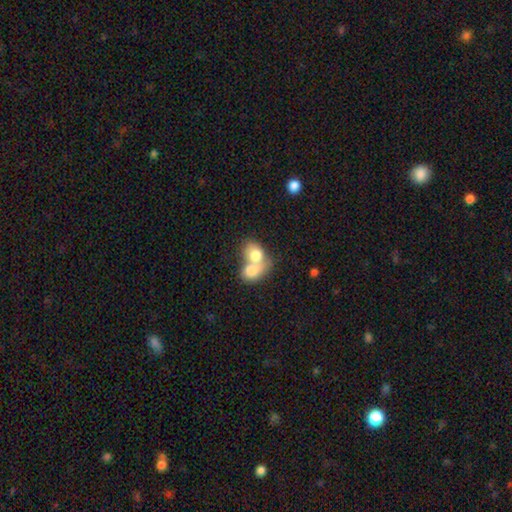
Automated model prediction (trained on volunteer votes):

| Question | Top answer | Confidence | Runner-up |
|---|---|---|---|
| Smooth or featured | smooth | 75% | featured or disk (18%) |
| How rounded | in between | 61% | round (37%) |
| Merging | merger | 77% | none (15%) |